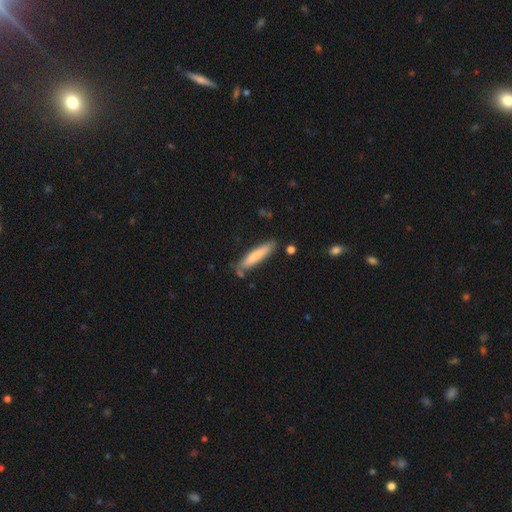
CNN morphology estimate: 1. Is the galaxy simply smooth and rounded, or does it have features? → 77% smooth, 18% featured or disk, 6% star or artifact.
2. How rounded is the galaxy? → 87% cigar-shaped, 12% in between, 1% round.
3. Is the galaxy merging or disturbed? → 75% none, 16% minor disturbance, 5% merger, 3% major disturbance.